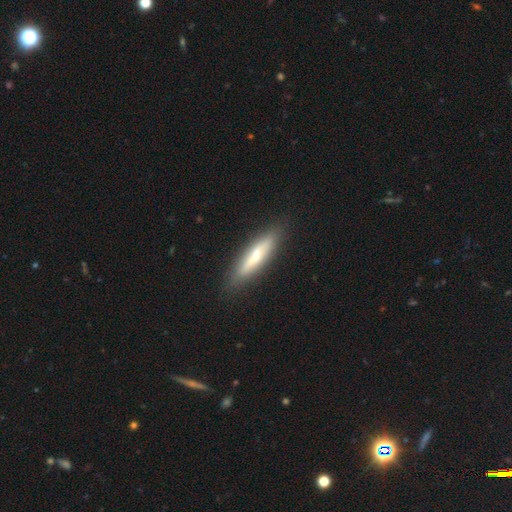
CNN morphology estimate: type=smooth (53%); roundness=cigar-shaped (80%); merging=none (86%).